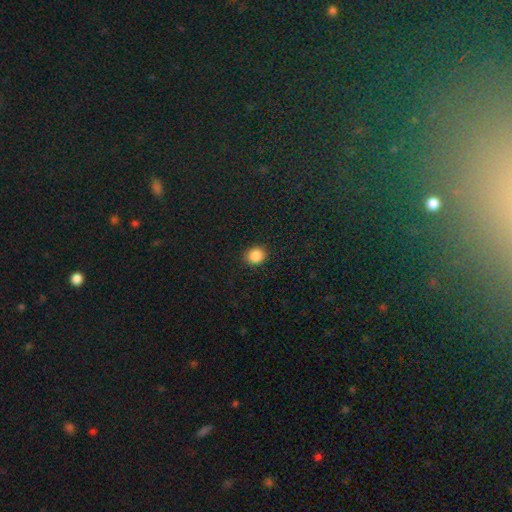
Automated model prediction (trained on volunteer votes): smooth 87%, star or artifact 10%, featured or disk 3%. Down the decision tree: how rounded — round (76%); merging — none (90%).